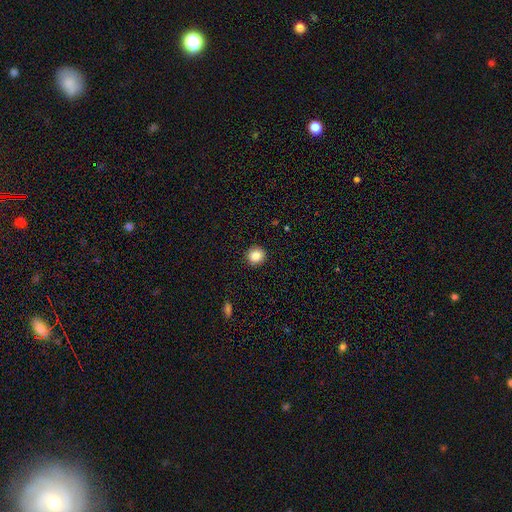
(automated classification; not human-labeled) smooth_or_featured: smooth (p=0.85) [alt: star or artifact p=0.10]
how_rounded: round (p=0.91) [alt: in between p=0.08]
merging: none (p=0.93) [alt: minor disturbance p=0.05]